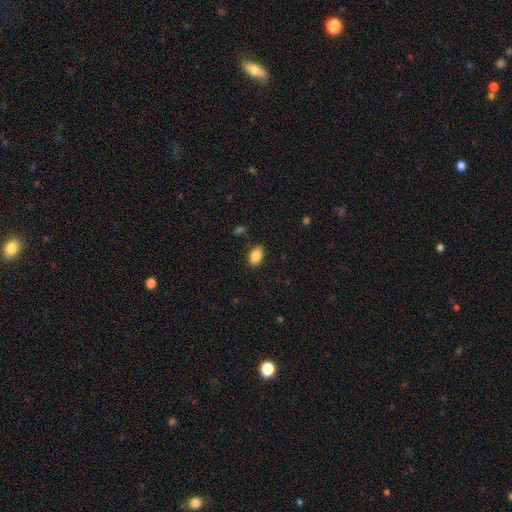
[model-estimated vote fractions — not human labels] This appears to be a smooth galaxy with no disk features (85%) that is in between round and cigar-shaped (87%). Merging: none (85%).